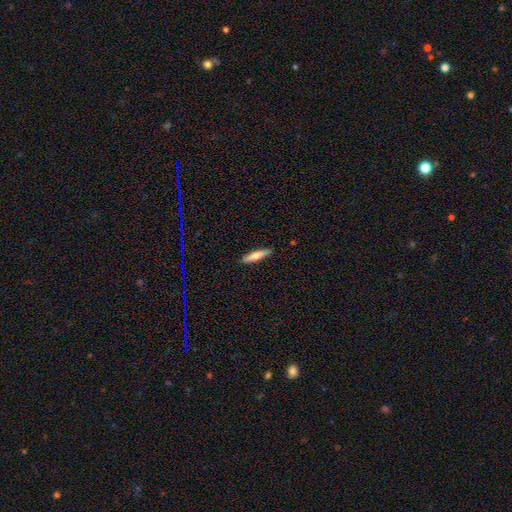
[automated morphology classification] smooth-or-featured: smooth: 73% | featured or disk: 21% | star or artifact: 6%
  how-rounded: cigar-shaped: 82% | in between: 17% | round: 1%
  merging: none: 89% | minor disturbance: 9% | major disturbance: 2% | merger: 1%